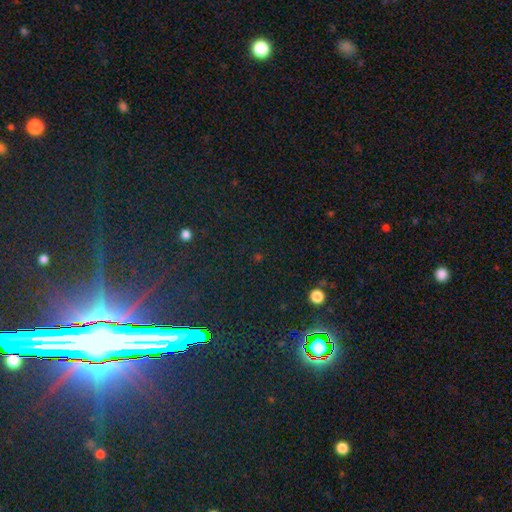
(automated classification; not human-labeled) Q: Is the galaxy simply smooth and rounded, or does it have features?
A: star or artifact — 77%.